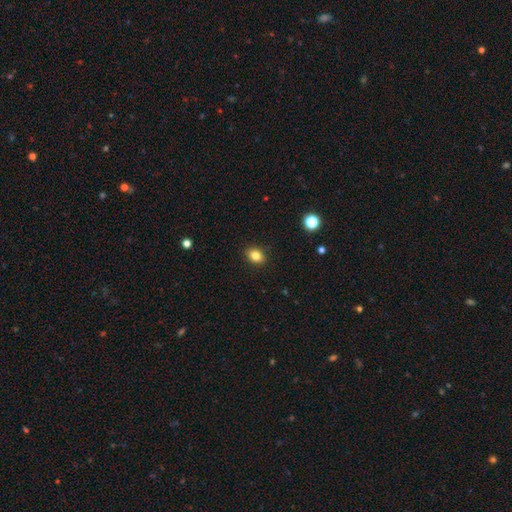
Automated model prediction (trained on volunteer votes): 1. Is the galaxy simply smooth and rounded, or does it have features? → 83% smooth, 11% star or artifact, 7% featured or disk.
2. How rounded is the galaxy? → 64% in between, 35% round, 1% cigar-shaped.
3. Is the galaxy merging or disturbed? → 89% none, 8% minor disturbance, 2% major disturbance, 1% merger.